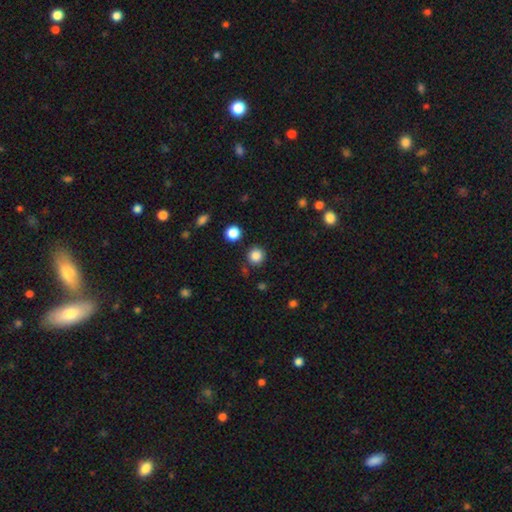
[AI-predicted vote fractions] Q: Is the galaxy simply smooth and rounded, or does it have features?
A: smooth — 85%.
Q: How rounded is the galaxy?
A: round — 94%.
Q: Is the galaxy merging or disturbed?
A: none — 87%.